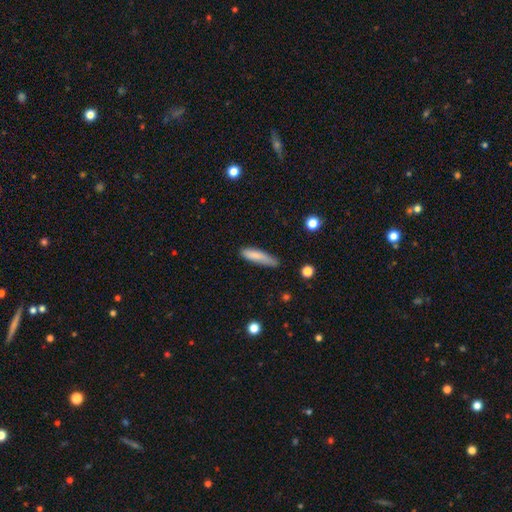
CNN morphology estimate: Overall: smooth (81%). How rounded: cigar-shaped (79%). Merging: none (62%; minor disturbance 29%).